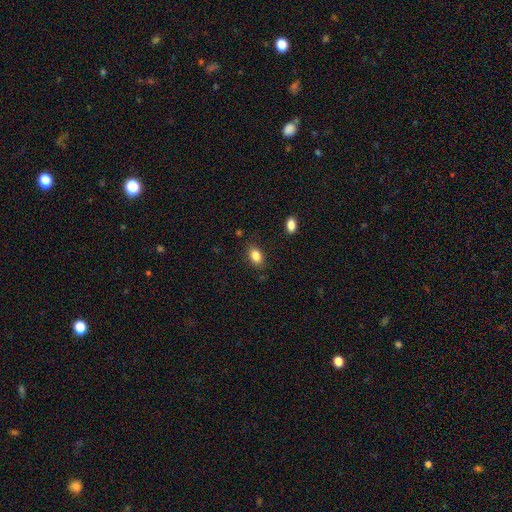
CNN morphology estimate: Smooth or featured?
  - smooth: 85% *
  - star or artifact: 9%
  - featured or disk: 6%
How rounded?
  - in between: 86% *
  - round: 12%
  - cigar-shaped: 2%
Merging?
  - none: 83% *
  - minor disturbance: 12%
  - major disturbance: 3%
  - merger: 2%